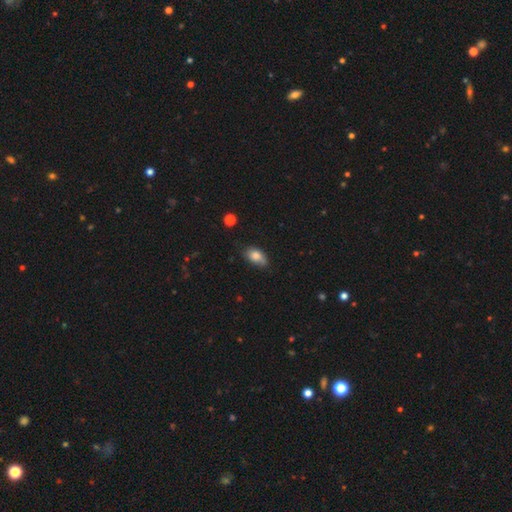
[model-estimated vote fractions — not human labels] Smooth or featured?
  - smooth: 81% *
  - featured or disk: 11%
  - star or artifact: 8%
How rounded?
  - in between: 88% *
  - round: 9%
  - cigar-shaped: 3%
Merging?
  - none: 61% *
  - minor disturbance: 31%
  - major disturbance: 6%
  - merger: 3%